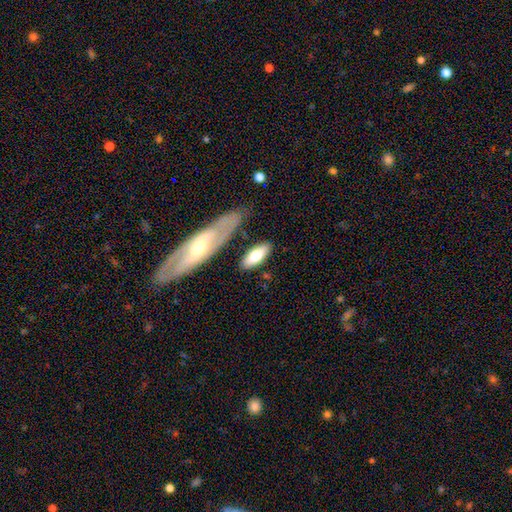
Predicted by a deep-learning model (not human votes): smooth 68%, featured or disk 27%, star or artifact 5%. Down the decision tree: how rounded — in between (75%); merging — none (74%).